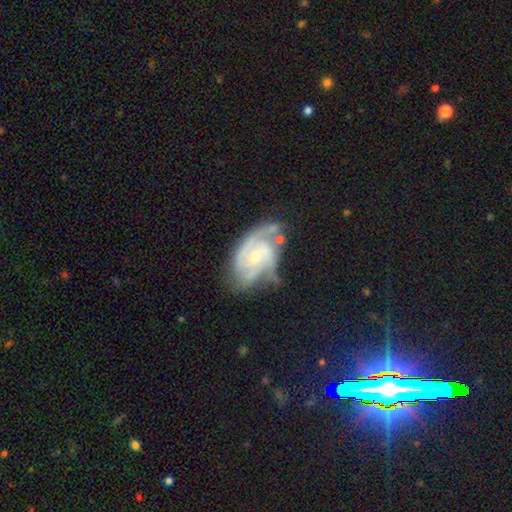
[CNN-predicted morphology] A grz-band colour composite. It shows a featured or disk galaxy (85%) with no bar (64%), 3 (35%) tight (51%) spiral arms (95%) and a small central bulge (65%). Merging: none (48%).